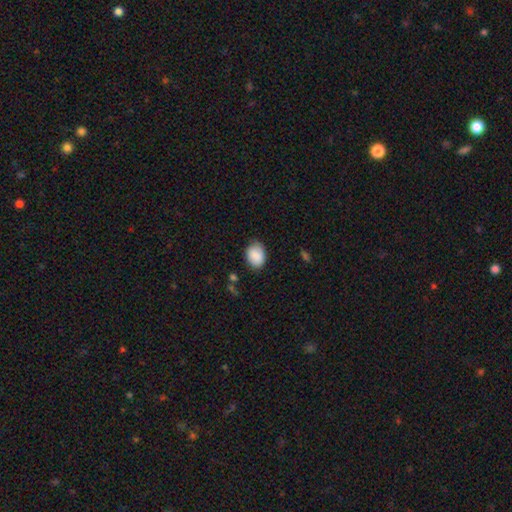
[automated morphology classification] A smooth galaxy with no disk features (88%) that is in between round and cigar-shaped (70%). Merging: none (72%).